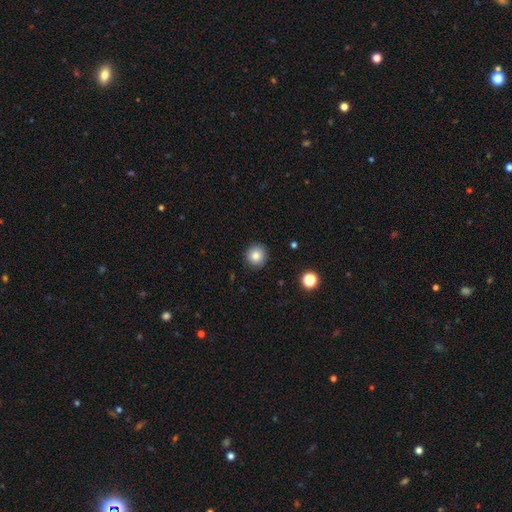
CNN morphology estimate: type=smooth (82%); roundness=round (94%); merging=none (91%).